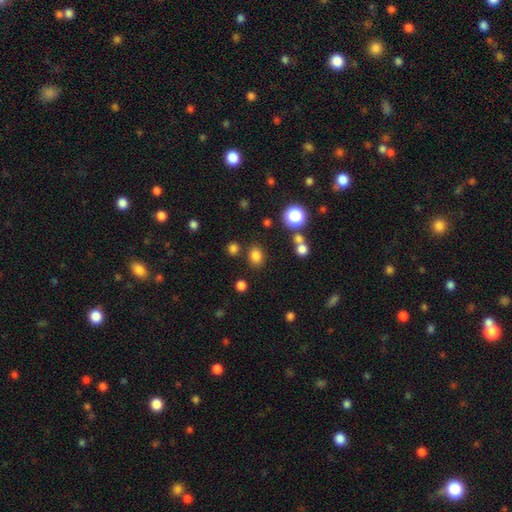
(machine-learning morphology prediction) A smooth galaxy with no disk features (80%) that is round (55%). Merging: none (80%).